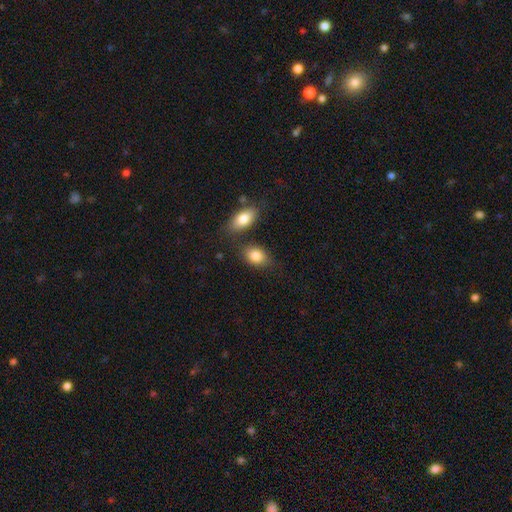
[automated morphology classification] This appears to be a smooth galaxy with no disk features (84%) that is in between round and cigar-shaped (79%). Merging: none (65%).